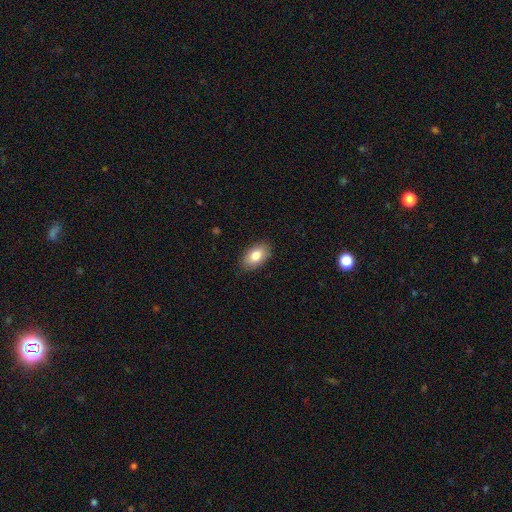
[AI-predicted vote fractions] A smooth galaxy with no disk features (82%) that is in between round and cigar-shaped (92%). Merging: none (87%).